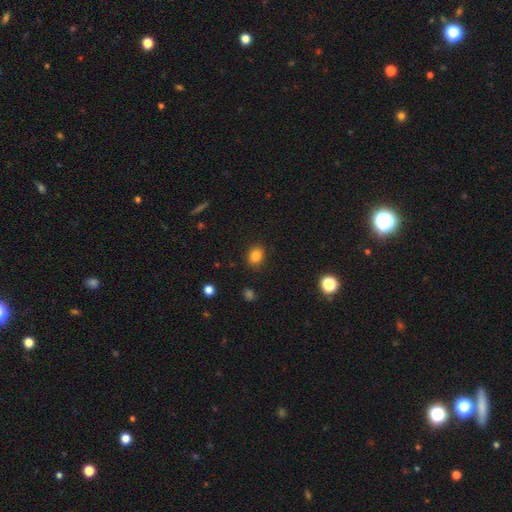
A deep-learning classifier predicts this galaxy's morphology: smooth_or_featured: smooth (p=0.84) [alt: star or artifact p=0.11]
how_rounded: round (p=0.53) [alt: in between p=0.46]
merging: none (p=0.88) [alt: minor disturbance p=0.08]